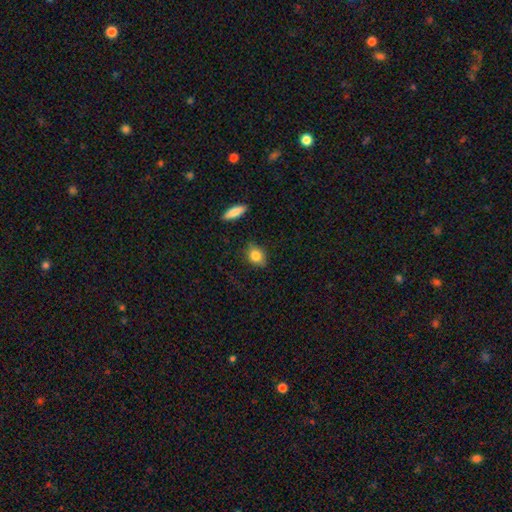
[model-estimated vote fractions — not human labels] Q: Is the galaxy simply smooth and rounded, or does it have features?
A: smooth — 82%.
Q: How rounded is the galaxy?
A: in between — 58%.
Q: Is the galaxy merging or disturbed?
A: none — 77%.